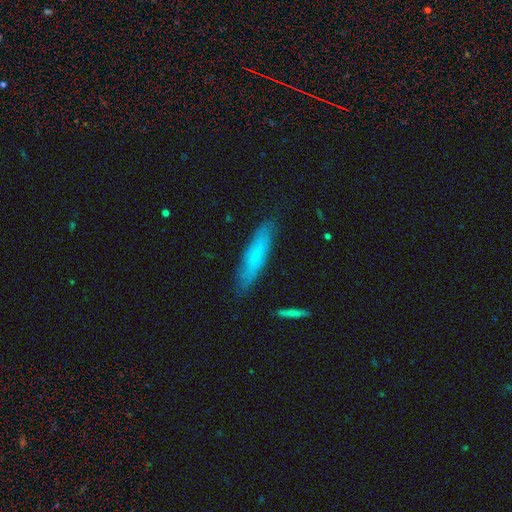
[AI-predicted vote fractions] Smooth or featured? Predicted: smooth (p=0.61). How rounded? Predicted: cigar-shaped (p=0.81). Merging? Predicted: none (p=0.84).